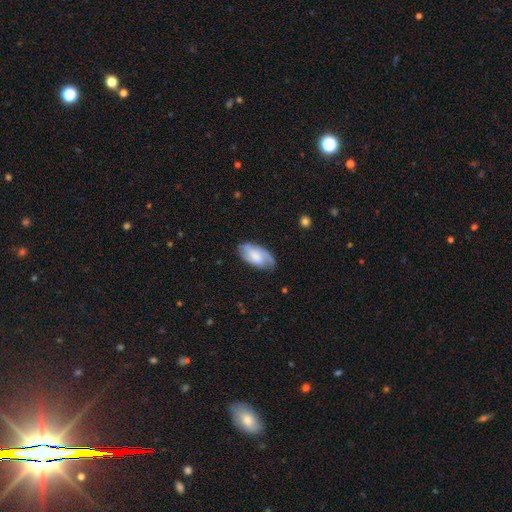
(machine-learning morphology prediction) smooth-or-featured: featured or disk: 50% | smooth: 43% | star or artifact: 7%
  disk-edge-on: no: 93% | yes: 7%
  merging: none: 73% | minor disturbance: 19% | major disturbance: 6% | merger: 1%